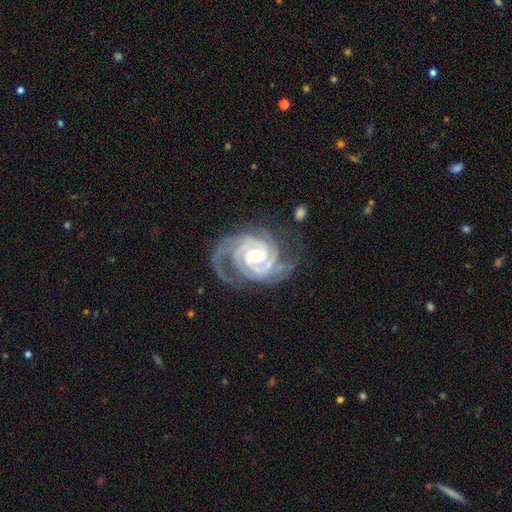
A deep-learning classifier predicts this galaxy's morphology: A featured or disk galaxy (94%) with no bar (42%), 3 (33%) tight (74%) spiral arms (99%) and a moderate central bulge (53%).

Vote fractions:
- Smooth or featured? featured or disk: 94% / star or artifact: 4% / smooth: 3%
- Edge-on disk? no: 98% / yes: 2%
- Bar? no: 42% / weak: 41% / strong: 17%
- Spiral arms? yes: 99% / no: 1%
- Spiral winding? tight: 74% / medium: 24% / loose: 3%
- Spiral arm count? 3: 33% / 2: 30% / 4: 14% / can't tell: 12% / more than 4: 6% / 1: 6%
- Bulge size? moderate: 53% / small: 41% / large: 4% / none: 1% / dominant: 1%
- Merging? none: 68% / minor disturbance: 19% / major disturbance: 11% / merger: 2%